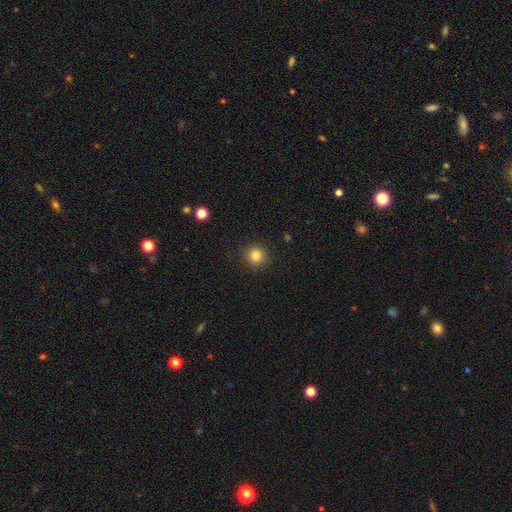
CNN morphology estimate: smooth_or_featured: smooth (p=0.82) [alt: star or artifact p=0.12]
how_rounded: round (p=0.93) [alt: in between p=0.06]
merging: none (p=0.91) [alt: minor disturbance p=0.06]